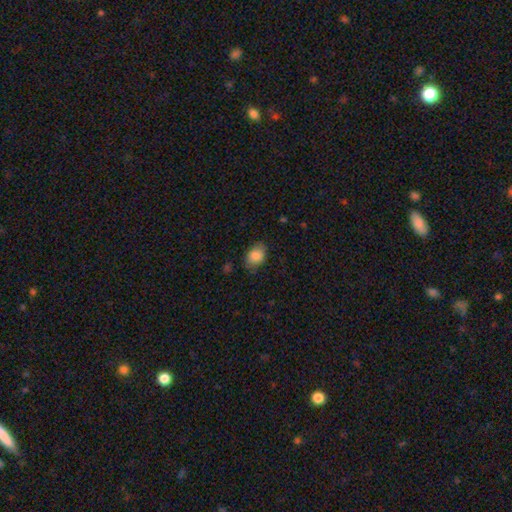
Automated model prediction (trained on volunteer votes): A smooth galaxy with no disk features (85%) that is in between round and cigar-shaped (79%). Merging: none (78%).